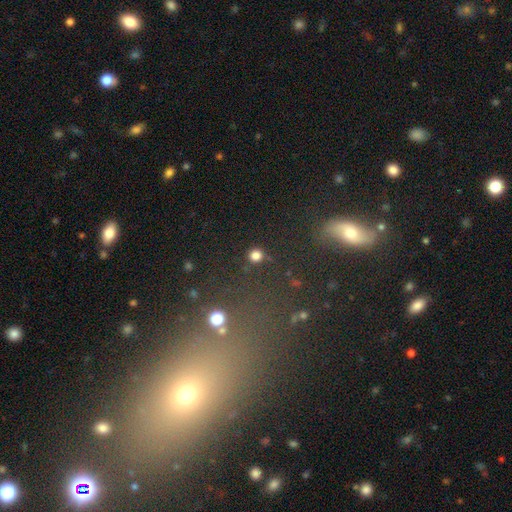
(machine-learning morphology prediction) This appears to be a smooth galaxy with no disk features (79%) that is round (92%). Merging: none (87%).